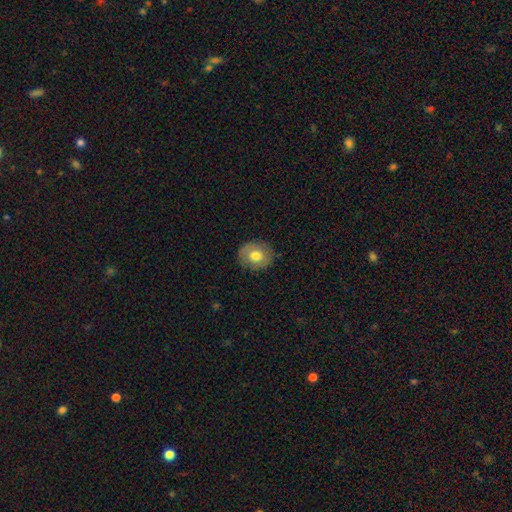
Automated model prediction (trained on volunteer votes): Smooth or featured? smooth (73%)
How rounded? round (73%)
Merging? none (85%)